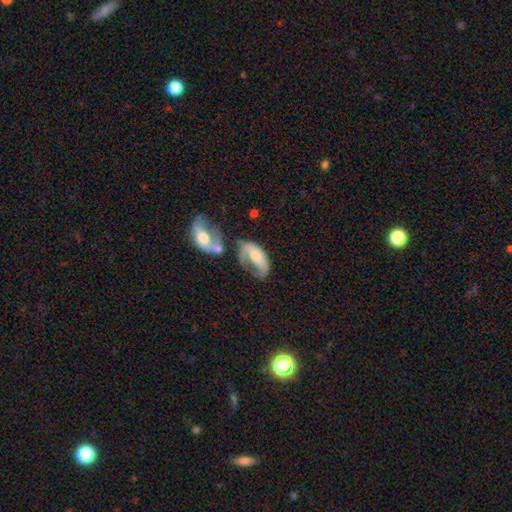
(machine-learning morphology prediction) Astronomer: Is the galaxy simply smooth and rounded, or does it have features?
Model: featured or disk — 50% (runner-up: smooth, 43%).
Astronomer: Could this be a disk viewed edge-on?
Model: no — 94%.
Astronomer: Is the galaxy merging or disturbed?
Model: major disturbance — 36% (runner-up: merger, 31%).